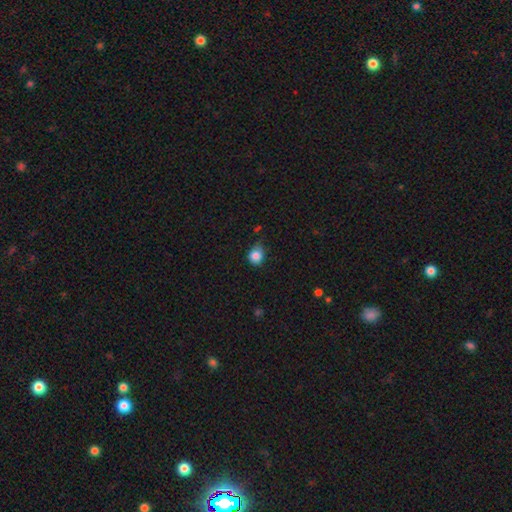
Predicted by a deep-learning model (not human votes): A smooth galaxy with no disk features (84%) that is round (72%). Merging: none (57%).